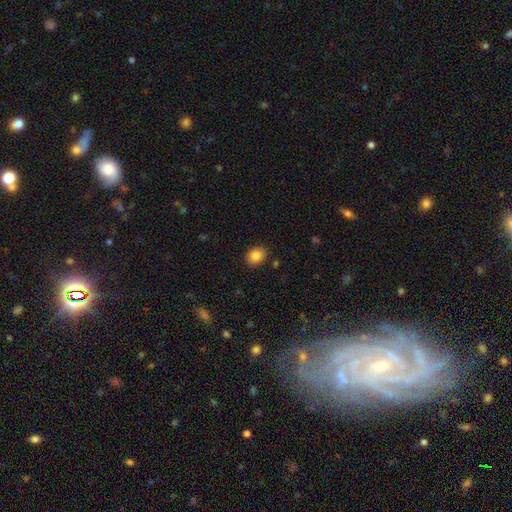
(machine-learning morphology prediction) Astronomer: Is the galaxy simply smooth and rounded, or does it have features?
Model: smooth — 86%.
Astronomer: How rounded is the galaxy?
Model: in between — 51% (runner-up: round, 49%).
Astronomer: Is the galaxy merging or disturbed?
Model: none — 88%.